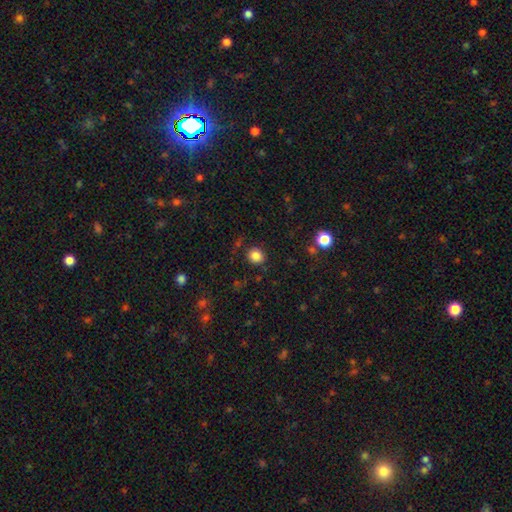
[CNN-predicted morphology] Overall: smooth (84%). How rounded: round (83%). Merging: none (86%).